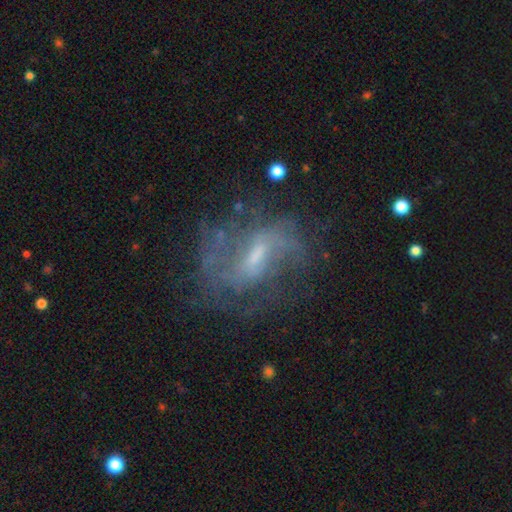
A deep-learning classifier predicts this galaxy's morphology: type=featured or disk (77%); edge-on=no (96%); bar=weak (55%); spiral arms=yes (80%); winding=medium (42%); arm count=2 (48%); bulge=small (48%); merging=none (60%).